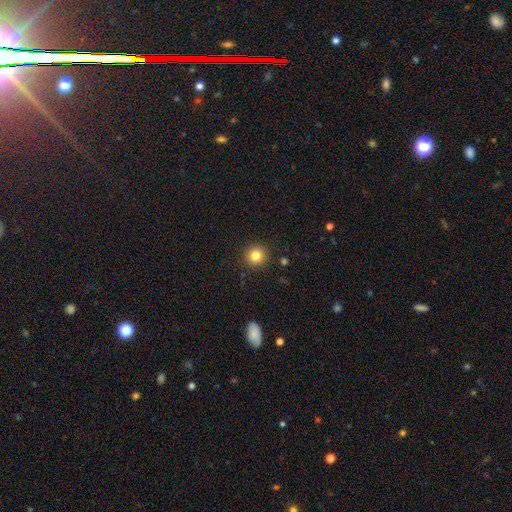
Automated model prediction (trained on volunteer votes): A smooth galaxy with no disk features (82%) that is round (93%). Merging: none (91%).